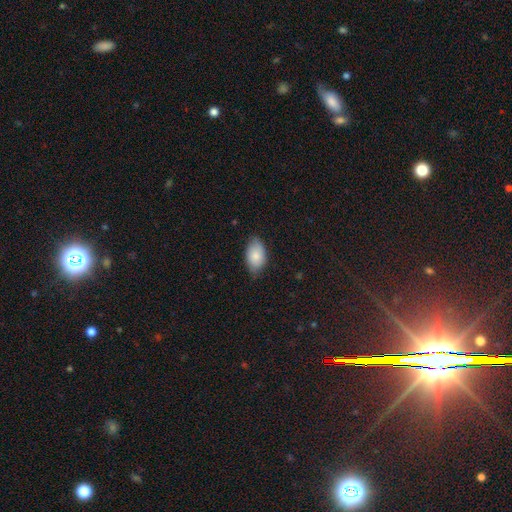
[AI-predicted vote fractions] This appears to be a smooth galaxy with no disk features (84%) that is in between round and cigar-shaped (93%). Merging: none (72%).